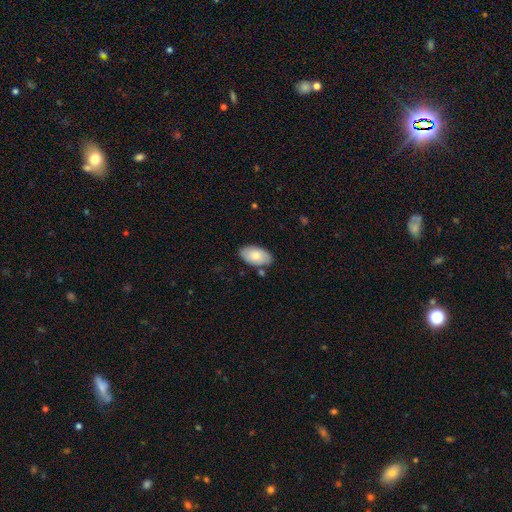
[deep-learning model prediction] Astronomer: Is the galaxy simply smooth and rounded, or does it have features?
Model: smooth — 79%.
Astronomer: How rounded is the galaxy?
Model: in between — 95%.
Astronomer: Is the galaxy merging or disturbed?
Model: none — 79%.